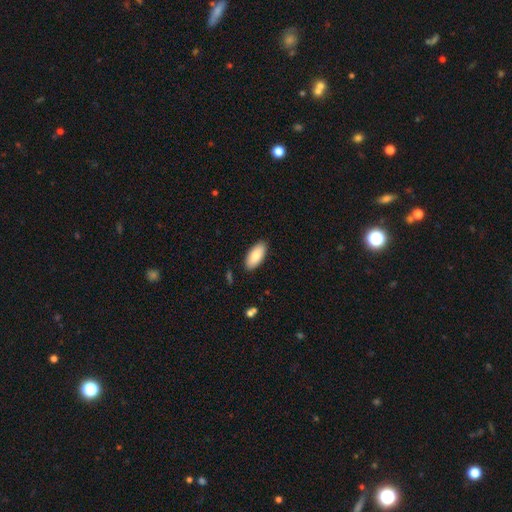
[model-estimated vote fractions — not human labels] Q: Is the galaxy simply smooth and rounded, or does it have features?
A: smooth — 85%.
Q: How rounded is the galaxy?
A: in between — 91%.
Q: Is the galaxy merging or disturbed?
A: none — 88%.